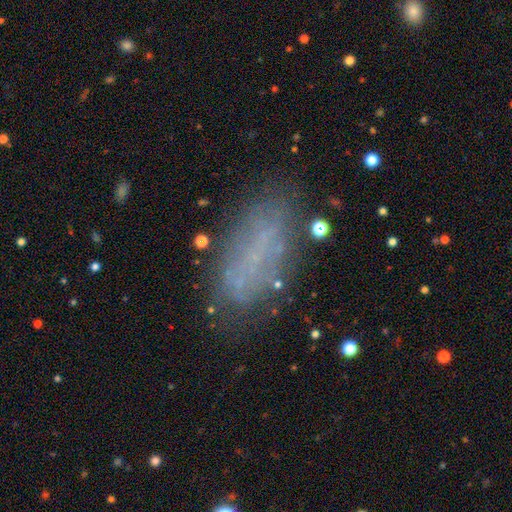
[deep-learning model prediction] A smooth galaxy with no disk features (52%) that is in between round and cigar-shaped (81%).

Vote fractions:
- Smooth or featured? smooth: 52% / featured or disk: 32% / star or artifact: 16%
- How rounded? in between: 81% / cigar-shaped: 15% / round: 4%
- Merging? none: 71% / minor disturbance: 17% / major disturbance: 9% / merger: 3%